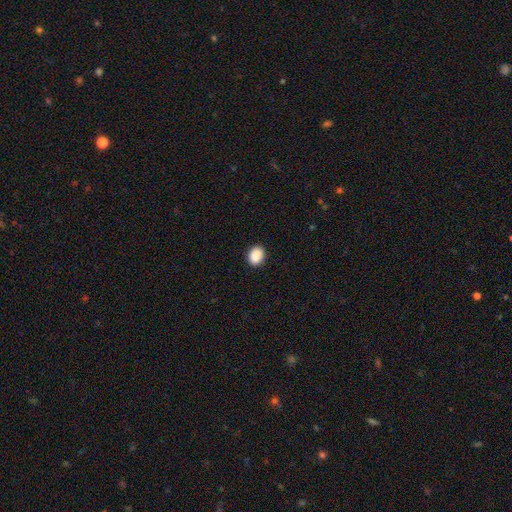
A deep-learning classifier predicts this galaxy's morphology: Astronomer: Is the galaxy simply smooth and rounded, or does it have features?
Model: smooth — 90%.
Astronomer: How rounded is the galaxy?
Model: in between — 55% (runner-up: round, 44%).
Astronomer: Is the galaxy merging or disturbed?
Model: none — 90%.